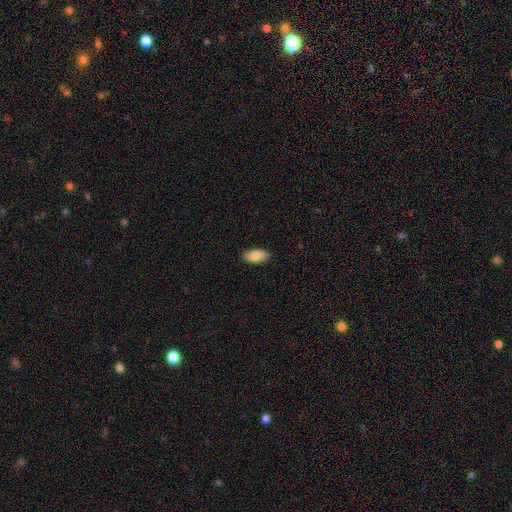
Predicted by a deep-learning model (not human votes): Smooth or featured? Predicted: smooth (p=0.85). How rounded? Predicted: in between (p=0.94). Merging? Predicted: none (p=0.89).